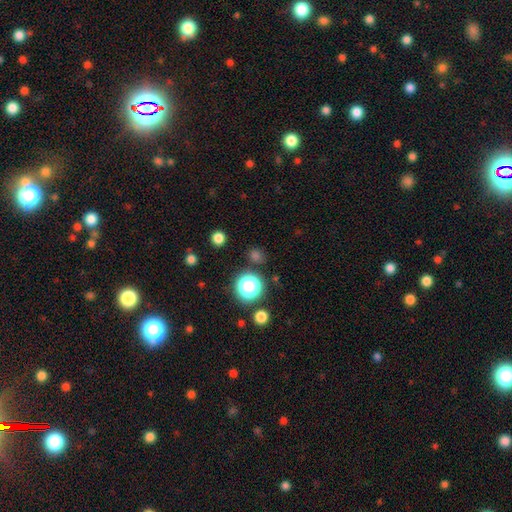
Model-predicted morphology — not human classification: Smooth or featured? Predicted: smooth (p=0.58). How rounded? Predicted: round (p=0.83). Merging? Predicted: none (p=0.84).